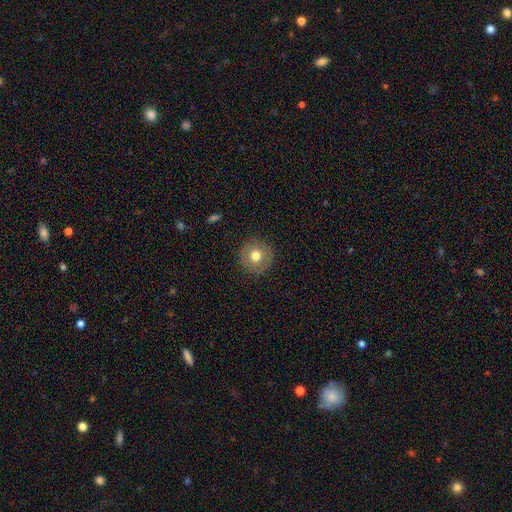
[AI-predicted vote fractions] smooth-or-featured: smooth: 72% | featured or disk: 19% | star or artifact: 9%
  how-rounded: round: 95% | in between: 4% | cigar-shaped: 1%
  merging: none: 90% | minor disturbance: 7% | major disturbance: 2% | merger: 1%